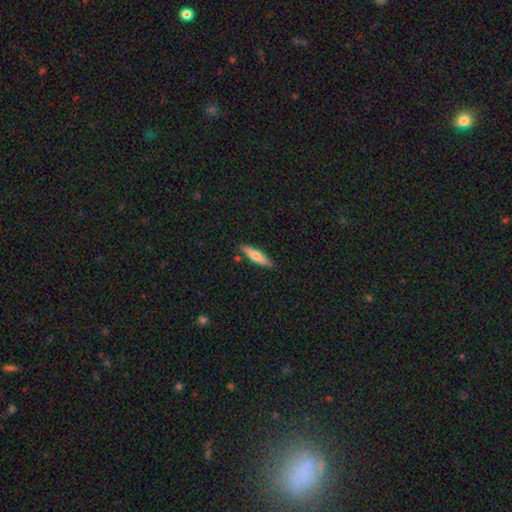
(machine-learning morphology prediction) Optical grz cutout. It shows a smooth galaxy with no disk features (61%) that is cigar-shaped (83%). Merging: none (86%).